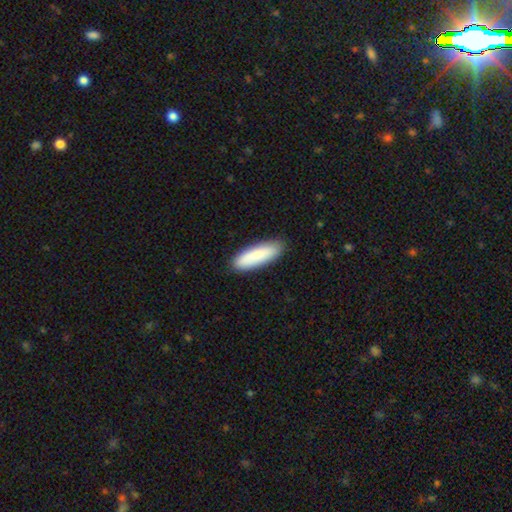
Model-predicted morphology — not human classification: Q: Smooth or featured?
A: smooth (87%); runner-up: featured or disk (8%)
Q: How rounded?
A: cigar-shaped (56%); runner-up: in between (43%)
Q: Merging?
A: none (87%); runner-up: minor disturbance (10%)